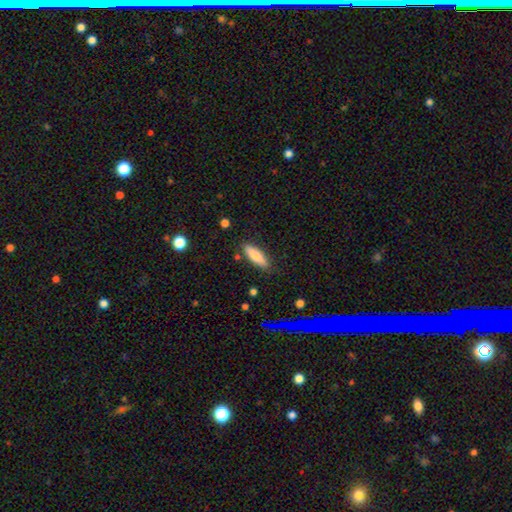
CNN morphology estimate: smooth-or-featured: smooth: 81% | featured or disk: 12% | star or artifact: 7%
  how-rounded: in between: 55% | cigar-shaped: 43% | round: 2%
  merging: none: 84% | minor disturbance: 11% | major disturbance: 2% | merger: 2%